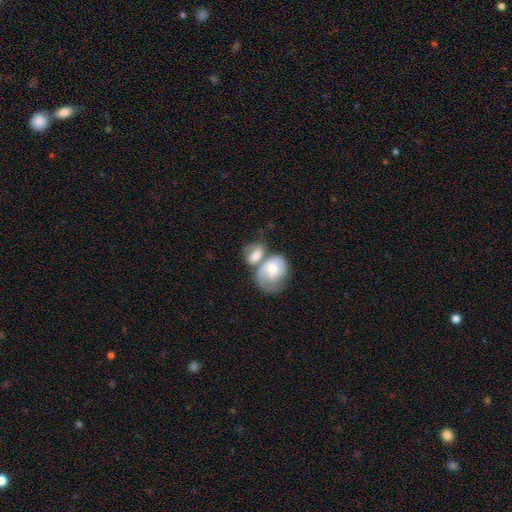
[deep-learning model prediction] The model was most divided on "smooth or featured": smooth: 61%, featured or disk: 33%, star or artifact: 7%. More confident: how rounded — in between (72%); merging — merger (60%).